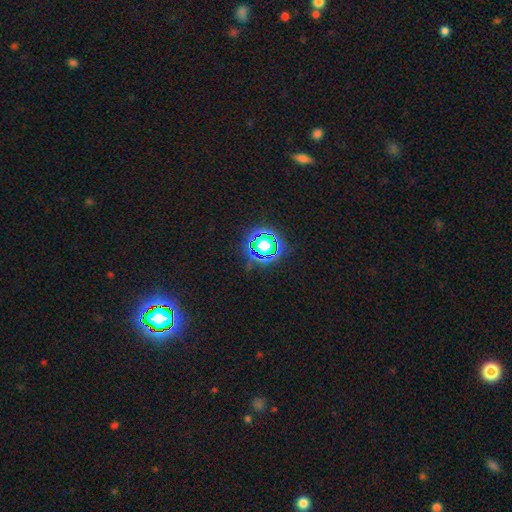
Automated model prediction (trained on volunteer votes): Smooth or featured: star or artifact — 79% (smooth — 14%)